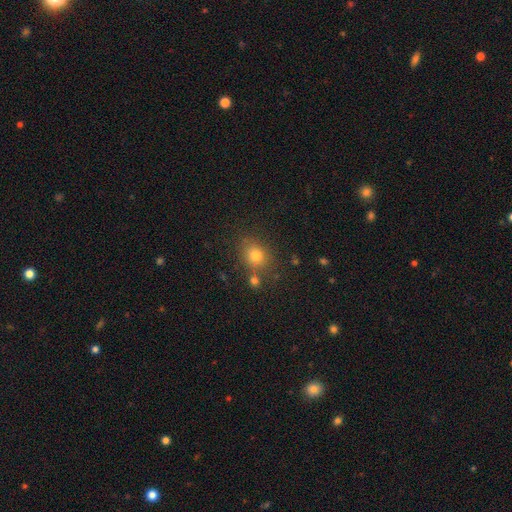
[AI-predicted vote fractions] This is likely a smooth galaxy (77%). How rounded: likely round (63%). Merging: likely none (72%).